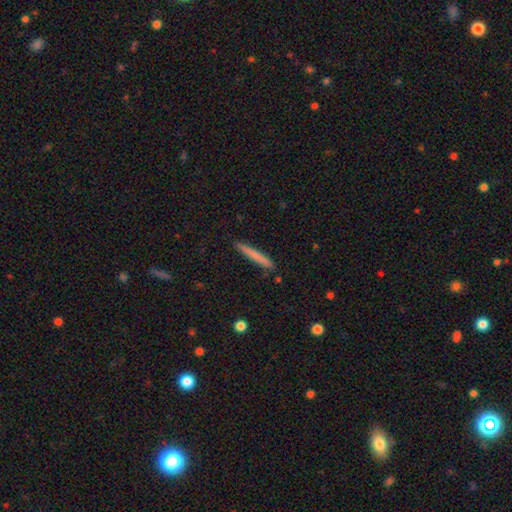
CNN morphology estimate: smooth_or_featured: smooth (p=0.72) [alt: featured or disk p=0.22]
how_rounded: cigar-shaped (p=0.97) [alt: in between p=0.02]
merging: none (p=0.90) [alt: minor disturbance p=0.07]